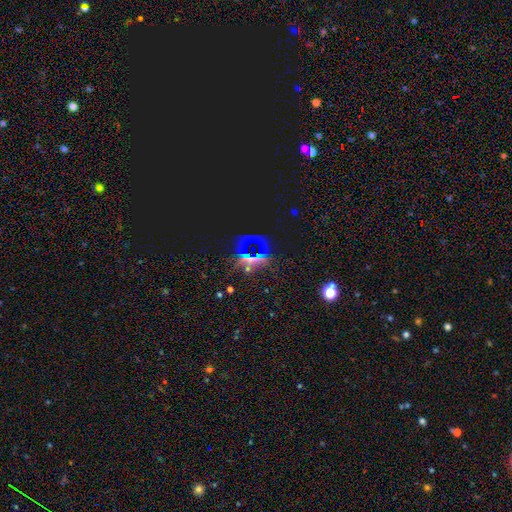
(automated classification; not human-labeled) Smooth or featured? star or artifact (73%)